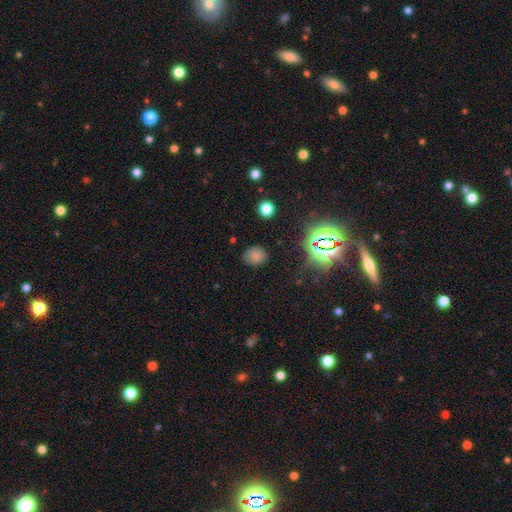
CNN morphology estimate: Smooth or featured? smooth (74%)
How rounded? round (74%)
Merging? none (82%)